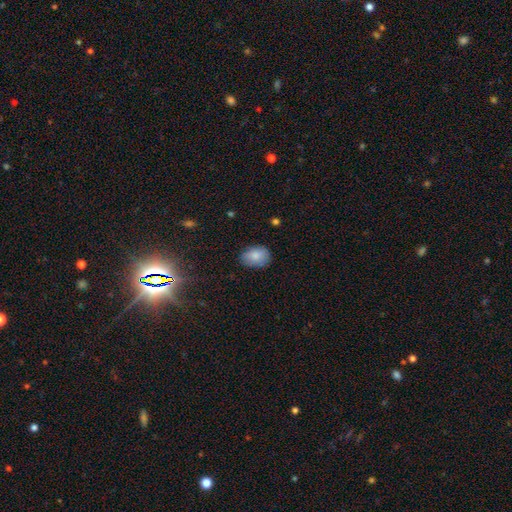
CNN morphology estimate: Smooth or featured: smooth — 84% (featured or disk — 9%)
How rounded: in between — 76% (round — 23%)
Merging: none — 76% (minor disturbance — 19%)